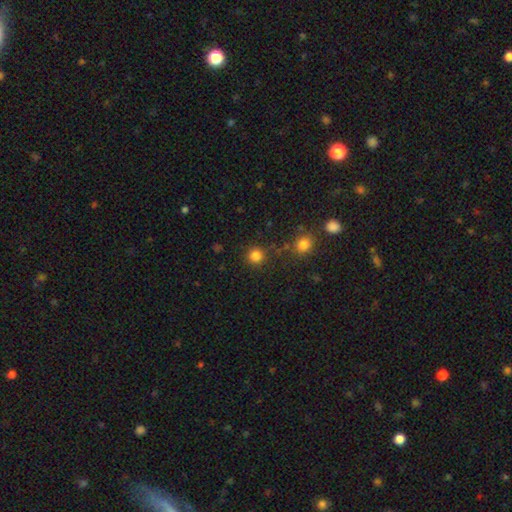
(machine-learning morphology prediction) Q: Smooth or featured?
A: smooth (82%); runner-up: star or artifact (14%)
Q: How rounded?
A: round (94%); runner-up: in between (5%)
Q: Merging?
A: none (84%); runner-up: minor disturbance (8%)